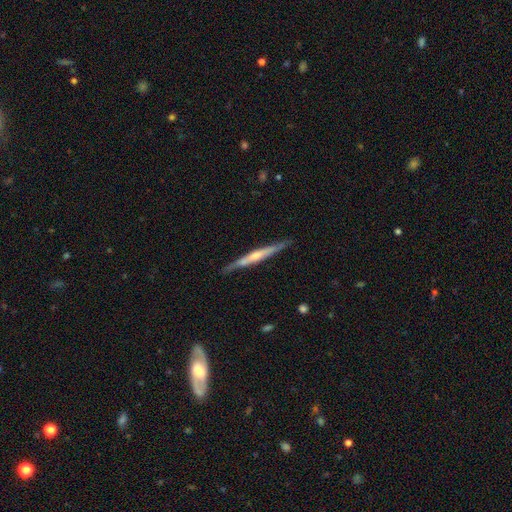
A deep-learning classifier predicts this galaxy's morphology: Smooth or featured: featured or disk — 68% (smooth — 27%)
Edge-on disk: yes — 96% (no — 4%)
Edge-on bulge: rounded — 57% (none — 32%)
Merging: none — 87% (minor disturbance — 10%)